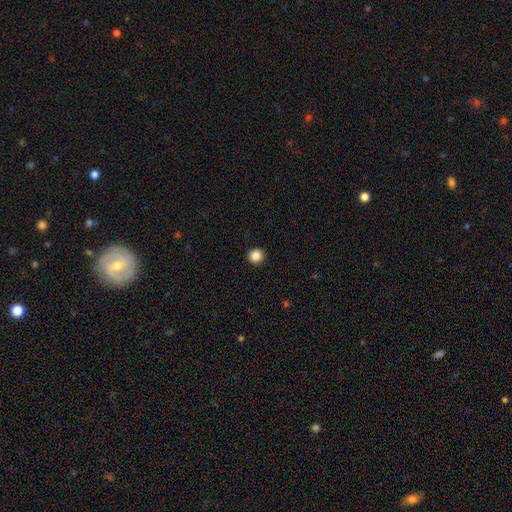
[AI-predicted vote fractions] A smooth galaxy with no disk features (87%) that is round (95%).

Vote fractions:
- Smooth or featured? smooth: 87% / star or artifact: 10% / featured or disk: 3%
- How rounded? round: 95% / in between: 4% / cigar-shaped: 1%
- Merging? none: 93% / minor disturbance: 4% / major disturbance: 1% / merger: 1%